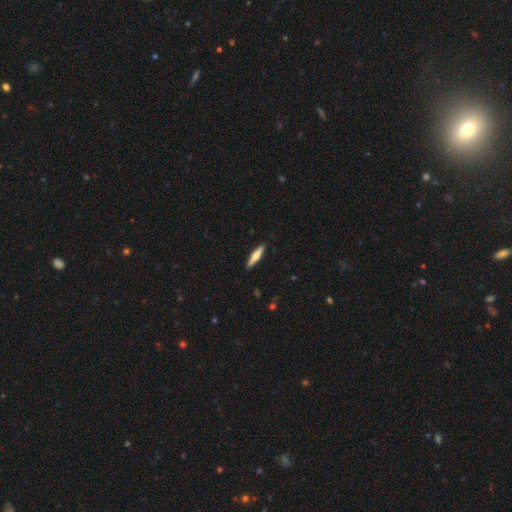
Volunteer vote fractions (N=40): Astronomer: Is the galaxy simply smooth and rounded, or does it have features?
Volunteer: smooth — 48% (runner-up: featured or disk, 45%).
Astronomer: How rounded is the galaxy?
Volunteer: cigar-shaped — 89%.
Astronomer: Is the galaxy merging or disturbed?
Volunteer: none — 97%.